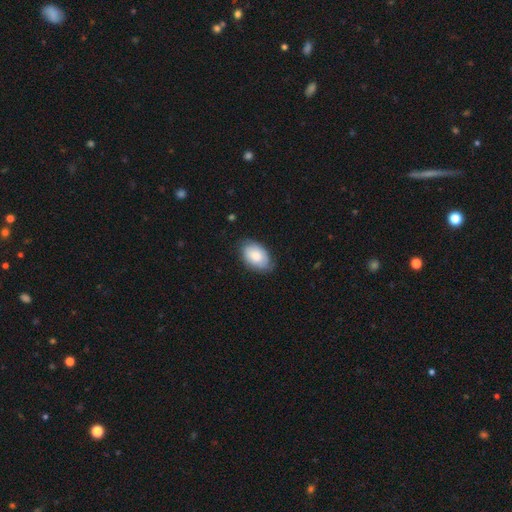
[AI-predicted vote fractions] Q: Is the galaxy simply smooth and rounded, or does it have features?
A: smooth — 73%.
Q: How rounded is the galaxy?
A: in between — 91%.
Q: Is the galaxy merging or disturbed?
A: none — 74%.